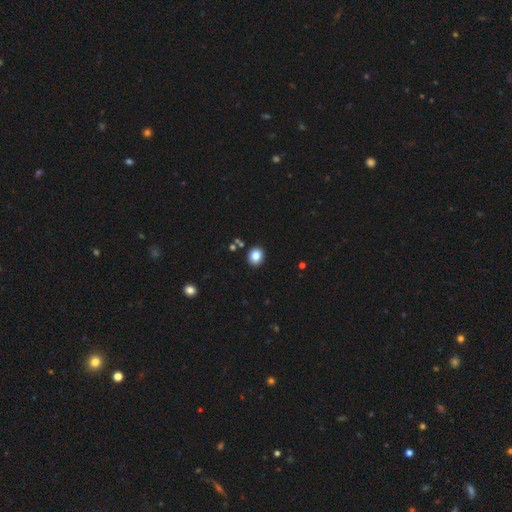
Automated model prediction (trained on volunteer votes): smooth 84%, star or artifact 10%, featured or disk 6%. Down the decision tree: how rounded — round (69%); merging — none (89%).